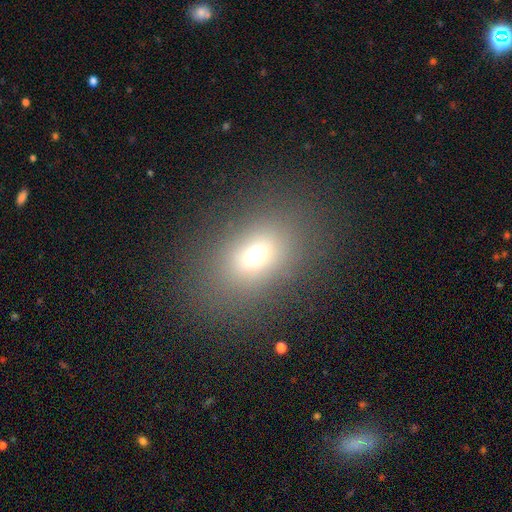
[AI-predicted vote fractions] This is likely a smooth galaxy (66%). How rounded: likely in between (67%). Merging: clearly none (81%).